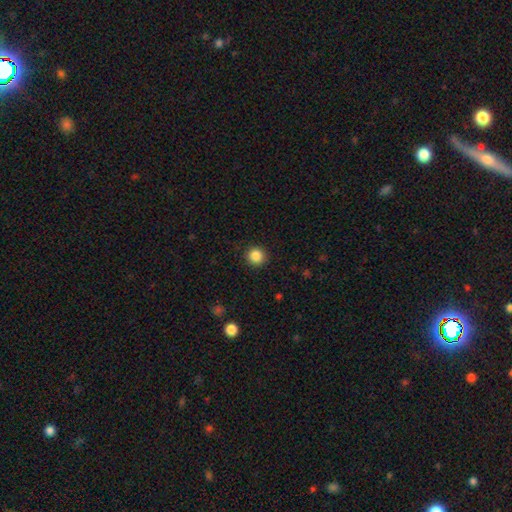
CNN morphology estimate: A smooth galaxy with no disk features (86%) that is round (92%).

Vote fractions:
- Smooth or featured? smooth: 86% / star or artifact: 10% / featured or disk: 4%
- How rounded? round: 92% / in between: 7% / cigar-shaped: 1%
- Merging? none: 92% / minor disturbance: 5% / major disturbance: 2% / merger: 1%